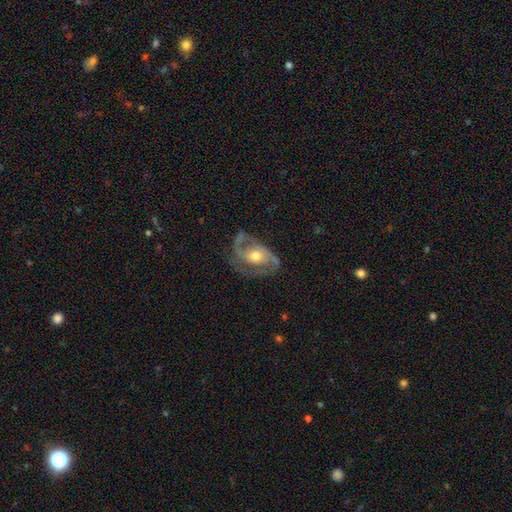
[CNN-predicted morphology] Q: Smooth or featured?
A: featured or disk (86%); runner-up: smooth (8%)
Q: Edge-on disk?
A: no (97%); runner-up: yes (3%)
Q: Bar?
A: no (65%); runner-up: weak (26%)
Q: Spiral arms?
A: yes (94%); runner-up: no (6%)
Q: Spiral winding?
A: medium (51%); runner-up: tight (29%)
Q: Spiral arm count?
A: 2 (76%); runner-up: 3 (10%)
Q: Bulge size?
A: moderate (72%); runner-up: small (18%)
Q: Merging?
A: none (67%); runner-up: minor disturbance (19%)